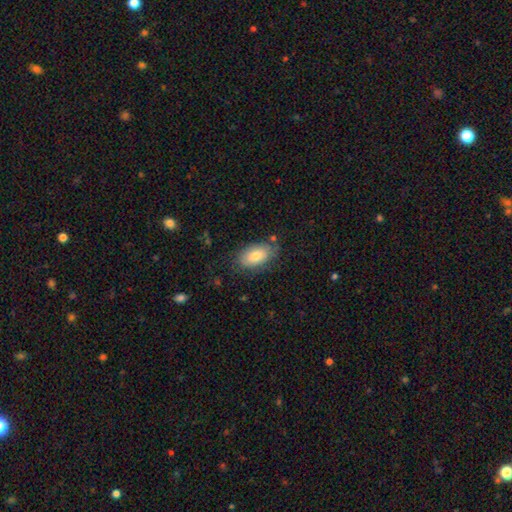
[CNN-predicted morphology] The model was most divided on "merging": none: 76%, minor disturbance: 18%, major disturbance: 4%, merger: 2%. More confident: how rounded — in between (93%); smooth or featured — smooth (77%).